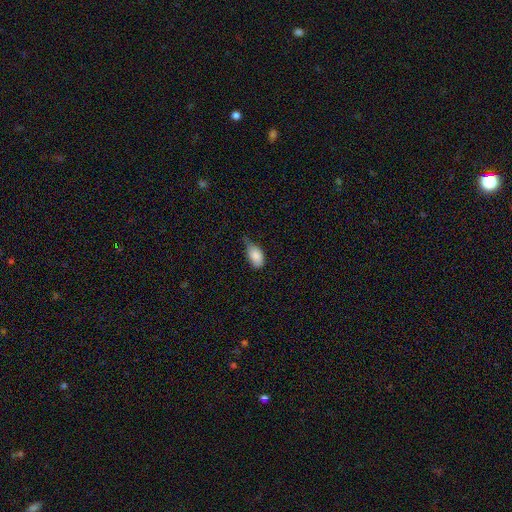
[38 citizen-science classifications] This appears to be a smooth galaxy with no disk features (92%) that is in between round and cigar-shaped (94%). Merging: minor disturbance (68%).